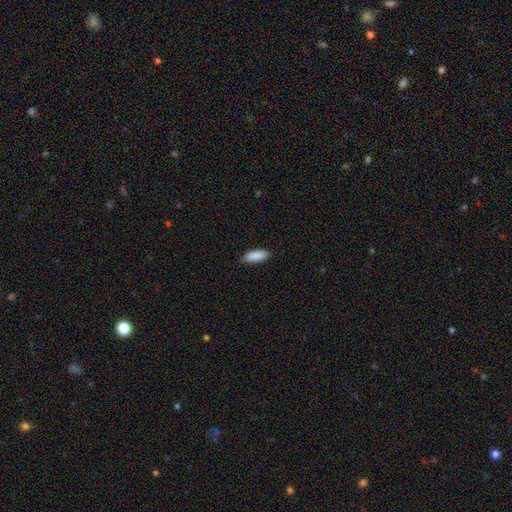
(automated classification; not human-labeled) Smooth or featured? Predicted: smooth (p=0.90). How rounded? Predicted: in between (p=0.74). Merging? Predicted: none (p=0.82).